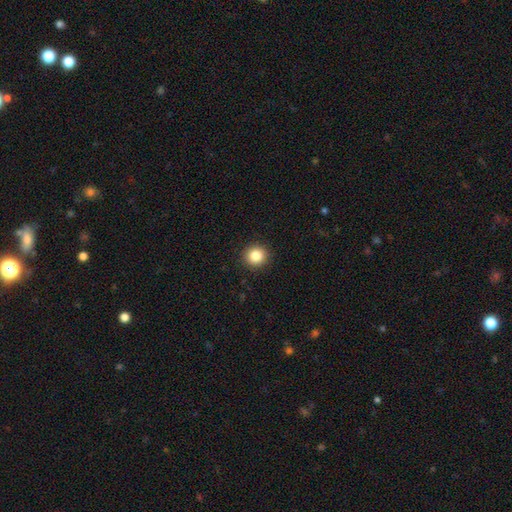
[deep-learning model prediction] The model was most divided on "smooth or featured": smooth: 84%, star or artifact: 10%, featured or disk: 5%. More confident: how rounded — round (93%); merging — none (92%).